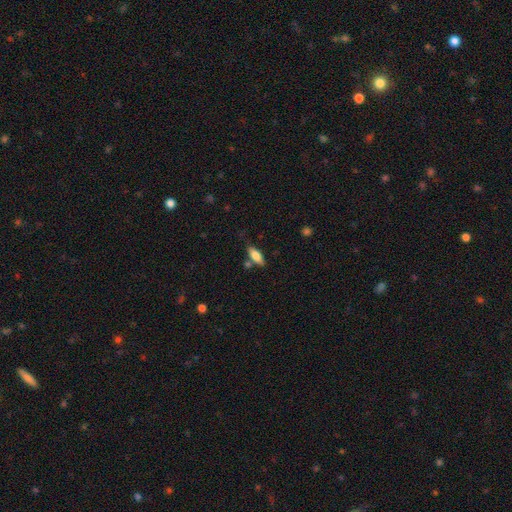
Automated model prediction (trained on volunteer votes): This is likely a smooth galaxy (78%). How rounded: likely in between (73%). Merging: likely none (74%).